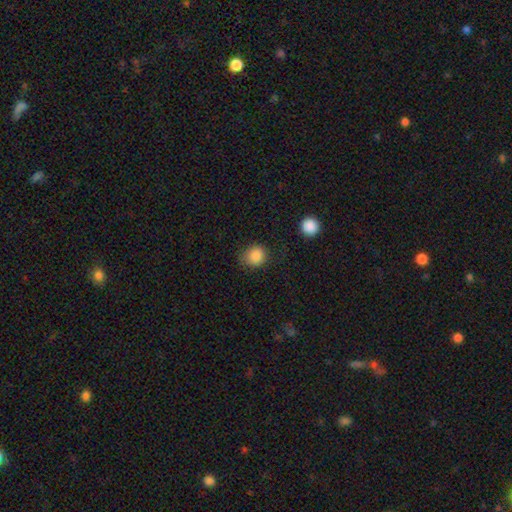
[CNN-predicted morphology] This appears to be a smooth galaxy with no disk features (86%) that is round (78%). Merging: none (72%).